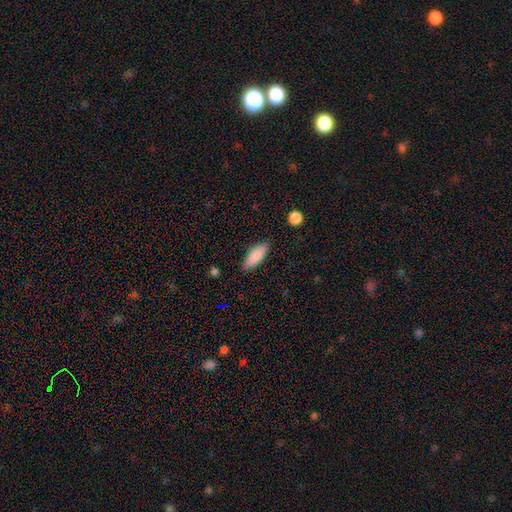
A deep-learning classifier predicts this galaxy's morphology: A smooth galaxy with no disk features (86%) that is in between round and cigar-shaped (72%).

Vote fractions:
- Smooth or featured? smooth: 86% / featured or disk: 7% / star or artifact: 6%
- How rounded? in between: 72% / cigar-shaped: 26% / round: 2%
- Merging? none: 84% / minor disturbance: 12% / major disturbance: 3% / merger: 1%